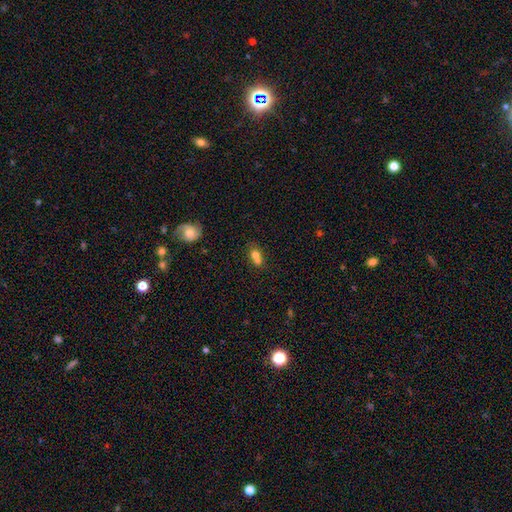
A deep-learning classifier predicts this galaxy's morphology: smooth-or-featured: smooth: 72% | featured or disk: 16% | star or artifact: 12%
  how-rounded: round: 60% | in between: 38% | cigar-shaped: 2%
  merging: merger: 60% | none: 29% | minor disturbance: 7% | major disturbance: 4%